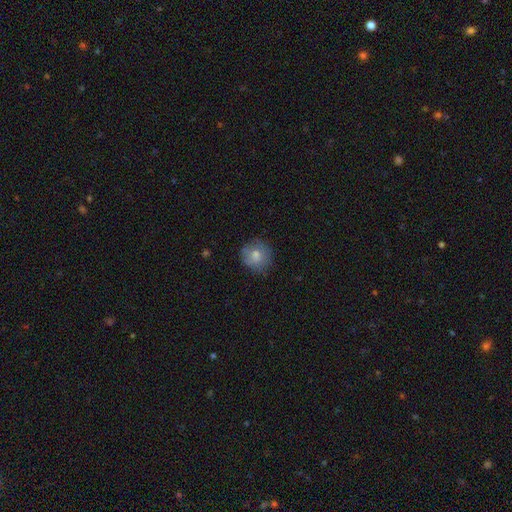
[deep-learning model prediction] Smooth or featured: smooth — 77% (featured or disk — 15%)
How rounded: round — 88% (in between — 11%)
Merging: none — 78% (minor disturbance — 17%)